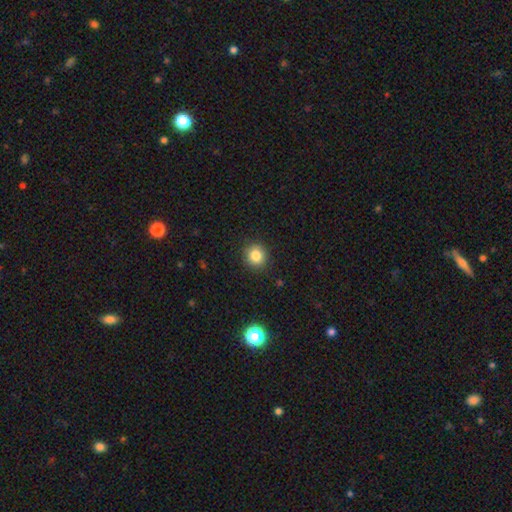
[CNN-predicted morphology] smooth 83%, star or artifact 11%, featured or disk 6%. Down the decision tree: how rounded — round (88%); merging — none (90%).